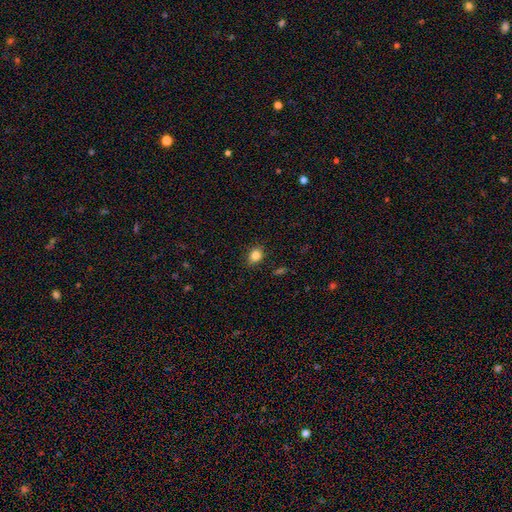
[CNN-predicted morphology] Smooth or featured: smooth — 83% (star or artifact — 11%)
How rounded: round — 52% (in between — 47%)
Merging: none — 85% (minor disturbance — 11%)